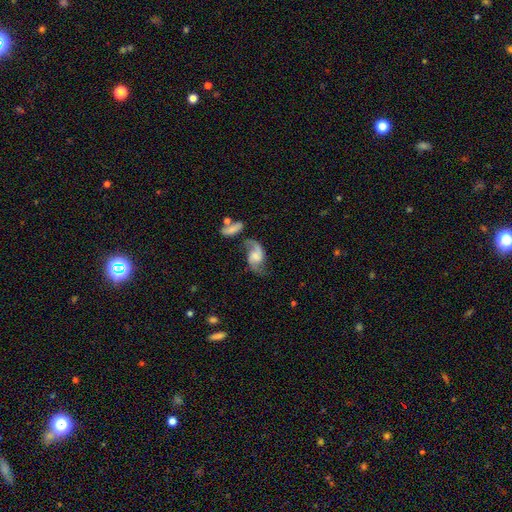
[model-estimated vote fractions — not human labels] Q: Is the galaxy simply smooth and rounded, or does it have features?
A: featured or disk — 82%.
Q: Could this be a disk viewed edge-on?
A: no — 97%.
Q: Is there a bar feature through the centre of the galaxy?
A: no — 48%.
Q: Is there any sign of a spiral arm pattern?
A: yes — 94%.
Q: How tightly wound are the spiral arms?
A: loose — 63%.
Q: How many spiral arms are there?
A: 2 — 88%.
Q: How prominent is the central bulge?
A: moderate — 38%.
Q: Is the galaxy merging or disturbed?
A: none — 53%.